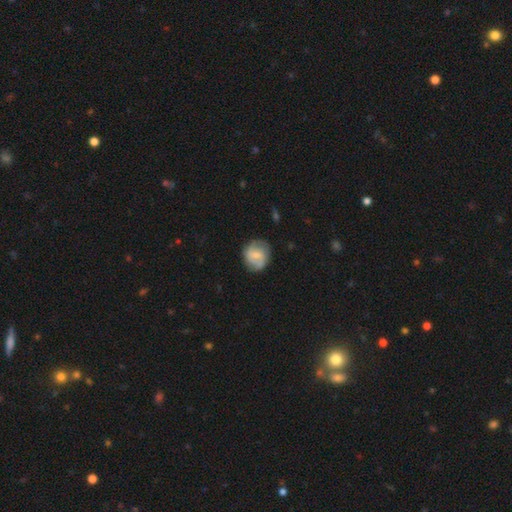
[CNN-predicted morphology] This appears to be a featured or disk galaxy (55%) with a weak bar (51%), spiral arms (80%) and a small central bulge (52%). Merging: none (73%).